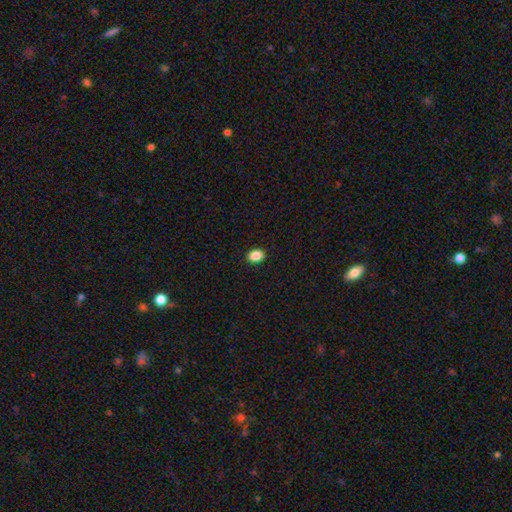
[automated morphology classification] smooth_or_featured: smooth (p=0.88) [alt: star or artifact p=0.09]
how_rounded: in between (p=0.67) [alt: round p=0.32]
merging: none (p=0.91) [alt: minor disturbance p=0.06]